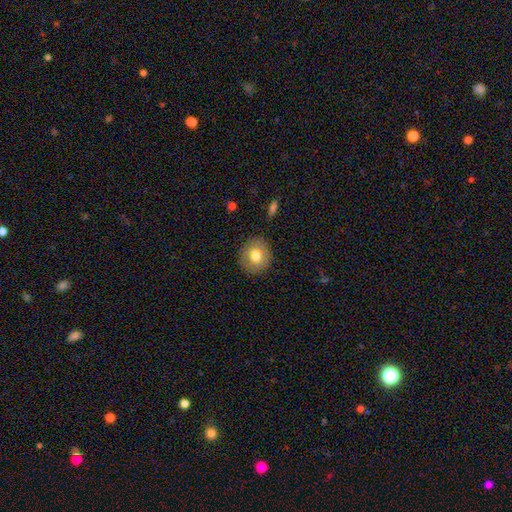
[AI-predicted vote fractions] Morphology: type=smooth (76%); roundness=round (83%); merging=none (87%).